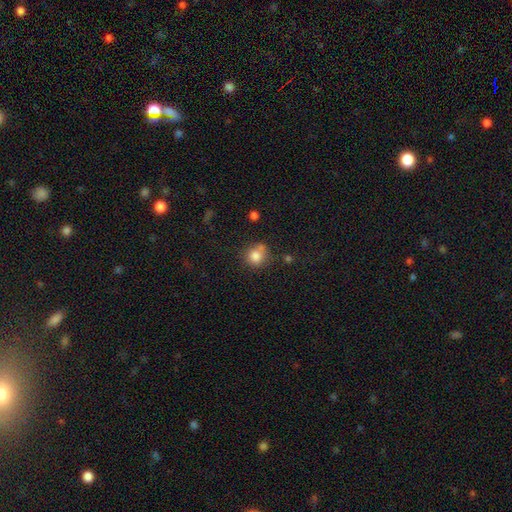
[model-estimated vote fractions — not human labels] This is clearly a smooth galaxy (82%). How rounded: clearly round (84%). Merging: likely none (61%).